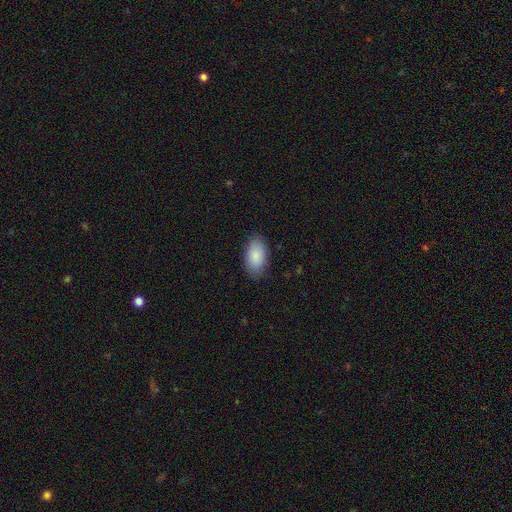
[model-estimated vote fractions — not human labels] smooth 87%, featured or disk 7%, star or artifact 6%. Down the decision tree: how rounded — in between (94%); merging — none (85%).